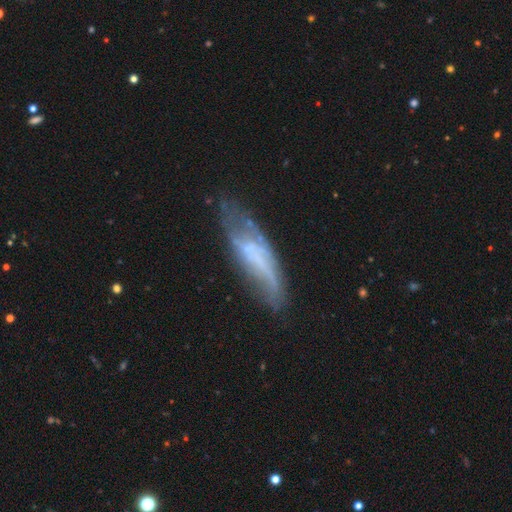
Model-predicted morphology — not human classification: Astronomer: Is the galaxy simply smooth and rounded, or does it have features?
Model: featured or disk — 60%.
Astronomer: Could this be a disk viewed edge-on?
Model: no — 64%.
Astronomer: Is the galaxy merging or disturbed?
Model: none — 49% (runner-up: minor disturbance, 27%).